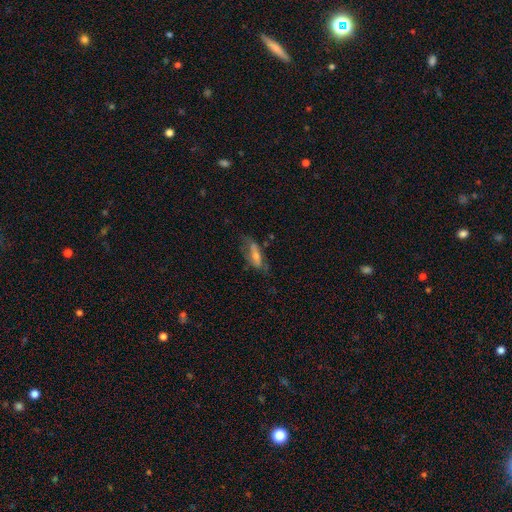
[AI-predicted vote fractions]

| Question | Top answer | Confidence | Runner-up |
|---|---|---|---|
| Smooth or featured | smooth | 50% | featured or disk (42%) |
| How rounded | in between | 61% | cigar-shaped (37%) |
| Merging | none | 51% | minor disturbance (26%) |